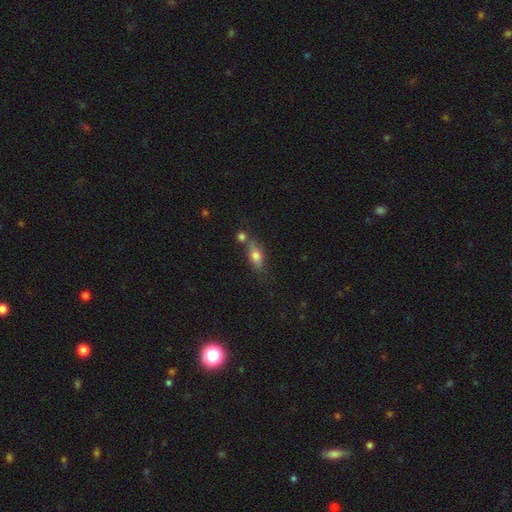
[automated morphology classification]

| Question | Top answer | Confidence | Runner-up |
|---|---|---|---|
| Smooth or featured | smooth | 69% | featured or disk (22%) |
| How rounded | in between | 73% | cigar-shaped (19%) |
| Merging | none | 48% | merger (31%) |